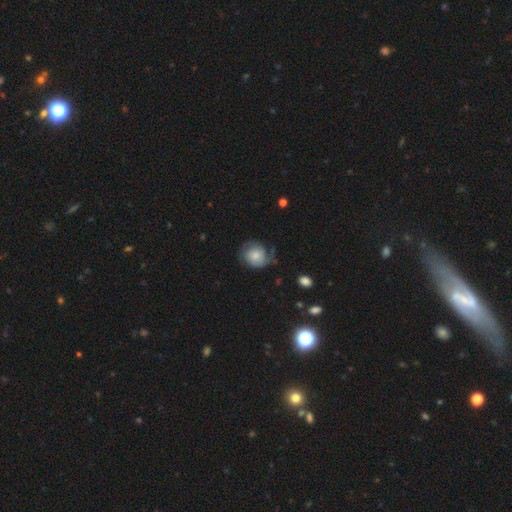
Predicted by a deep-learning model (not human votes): smooth_or_featured: featured or disk (p=0.47) [alt: smooth p=0.46]
merging: none (p=0.54) [alt: minor disturbance p=0.28]